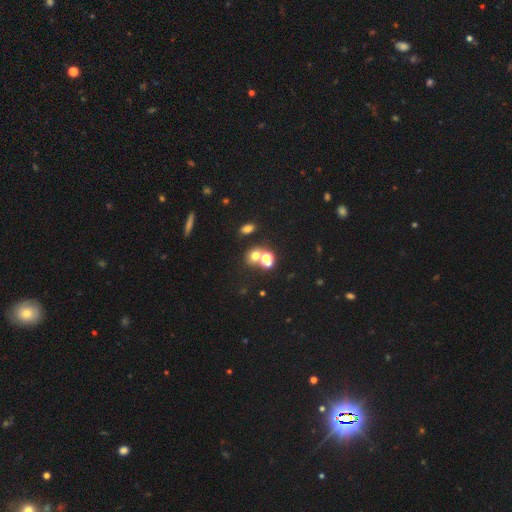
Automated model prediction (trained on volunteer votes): Smooth or featured? Predicted: smooth (p=0.64). How rounded? Predicted: round (p=0.64). Merging? Predicted: none (p=0.46).